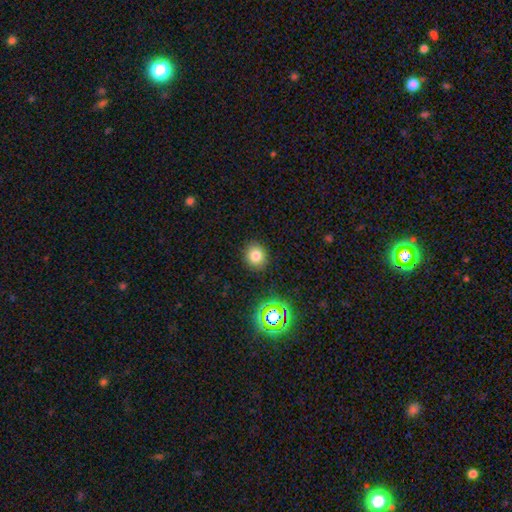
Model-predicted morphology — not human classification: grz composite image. It shows a smooth galaxy with no disk features (78%) that is round (82%). Merging: none (89%).